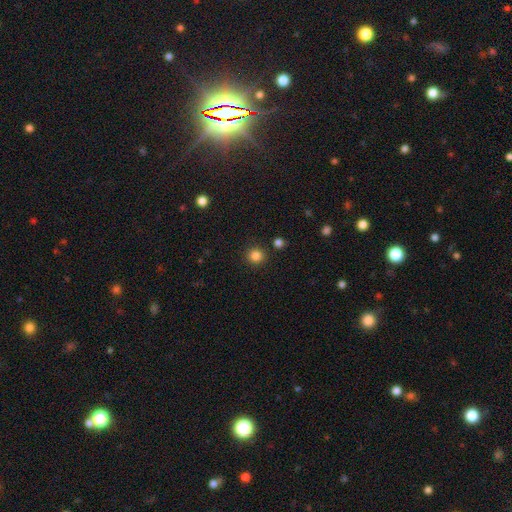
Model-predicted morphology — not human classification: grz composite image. It shows a smooth galaxy with no disk features (84%) that is round (93%). Merging: none (89%).